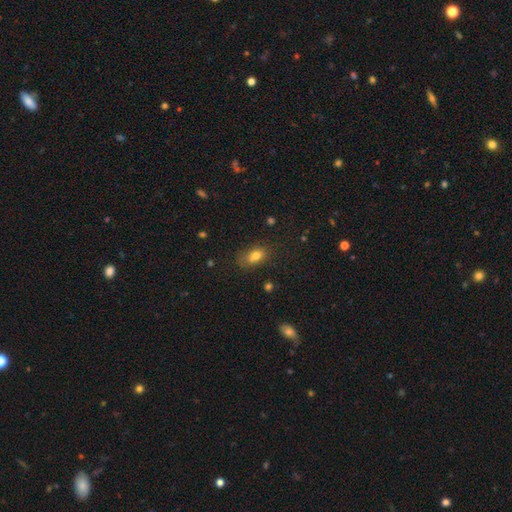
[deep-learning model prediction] Smooth or featured? Predicted: smooth (p=0.75). How rounded? Predicted: in between (p=0.78). Merging? Predicted: none (p=0.55).